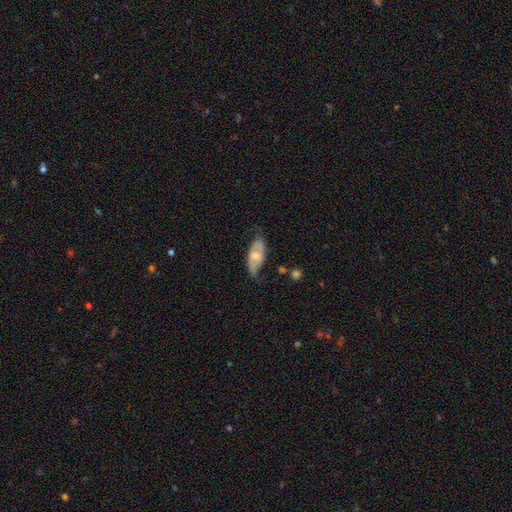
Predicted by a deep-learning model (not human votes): Overall: featured or disk (50%; smooth 44%). Merging: none (51%; minor disturbance 33%).